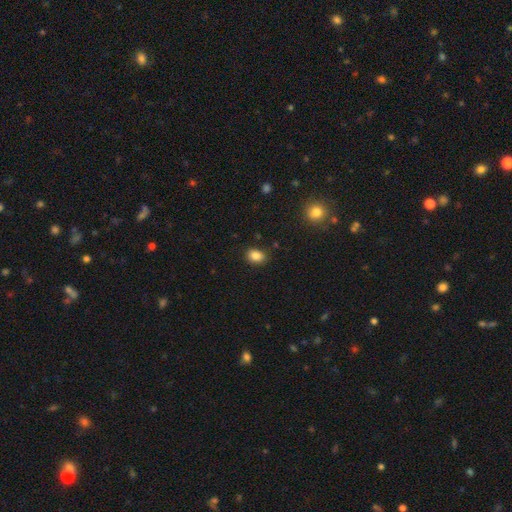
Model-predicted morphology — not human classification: A smooth galaxy with no disk features (85%) that is in between round and cigar-shaped (68%).

Vote fractions:
- Smooth or featured? smooth: 85% / star or artifact: 10% / featured or disk: 5%
- How rounded? in between: 68% / round: 31% / cigar-shaped: 1%
- Merging? none: 86% / minor disturbance: 10% / major disturbance: 2% / merger: 1%